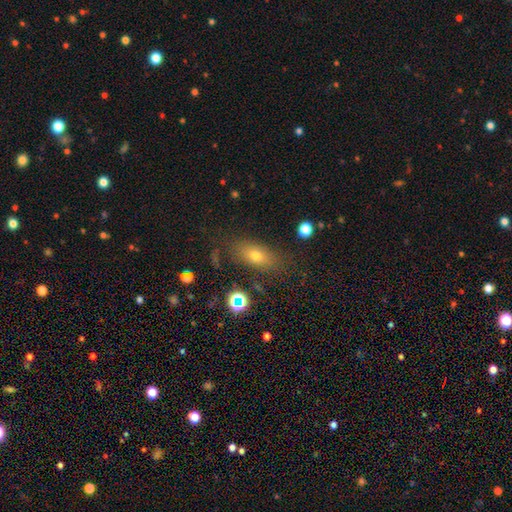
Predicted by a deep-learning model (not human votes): Overall: smooth (65%). How rounded: in between (74%). Merging: none (76%).